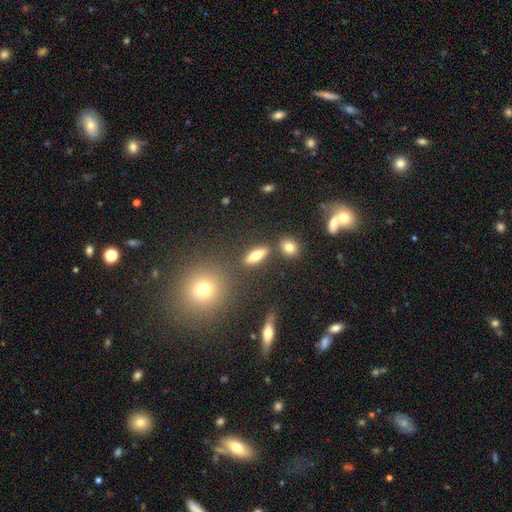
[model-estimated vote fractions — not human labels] Overall: smooth (59%; featured or disk 30%). How rounded: in between (53%; cigar-shaped 37%). Merging: none (80%).